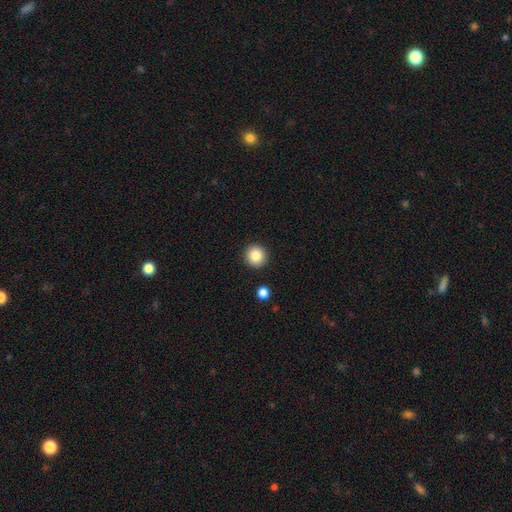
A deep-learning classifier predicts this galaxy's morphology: Smooth or featured? Predicted: smooth (p=0.86). How rounded? Predicted: round (p=0.93). Merging? Predicted: none (p=0.91).